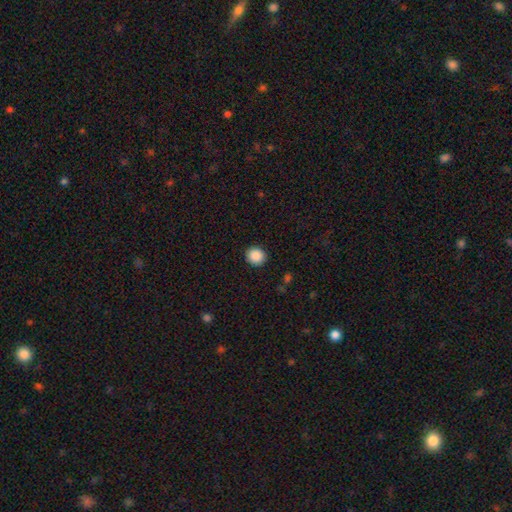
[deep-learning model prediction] Smooth or featured? Predicted: smooth (p=0.89). How rounded? Predicted: round (p=0.88). Merging? Predicted: none (p=0.91).